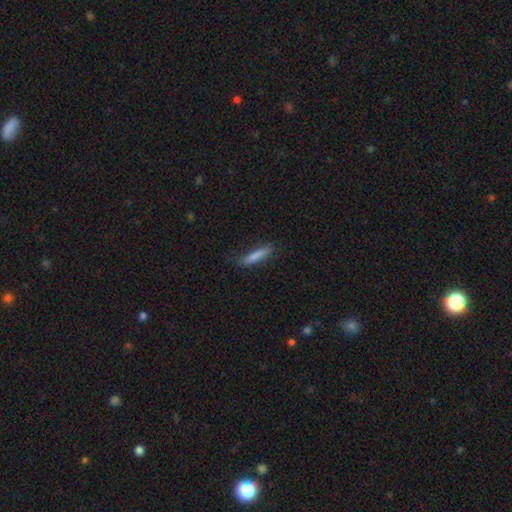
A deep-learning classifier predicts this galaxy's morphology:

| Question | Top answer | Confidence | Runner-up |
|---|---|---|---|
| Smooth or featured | smooth | 81% | featured or disk (12%) |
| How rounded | cigar-shaped | 85% | in between (13%) |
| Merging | none | 78% | minor disturbance (17%) |